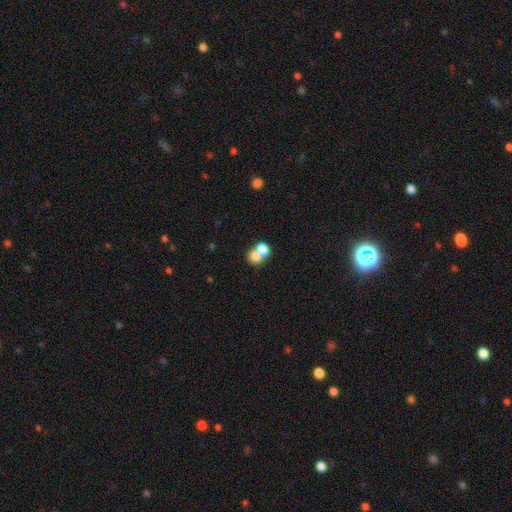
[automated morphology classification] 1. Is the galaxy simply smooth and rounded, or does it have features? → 74% smooth, 15% featured or disk, 11% star or artifact.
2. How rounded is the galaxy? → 62% round, 37% in between, 1% cigar-shaped.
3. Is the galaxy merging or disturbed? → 62% merger, 29% none, 6% minor disturbance, 4% major disturbance.